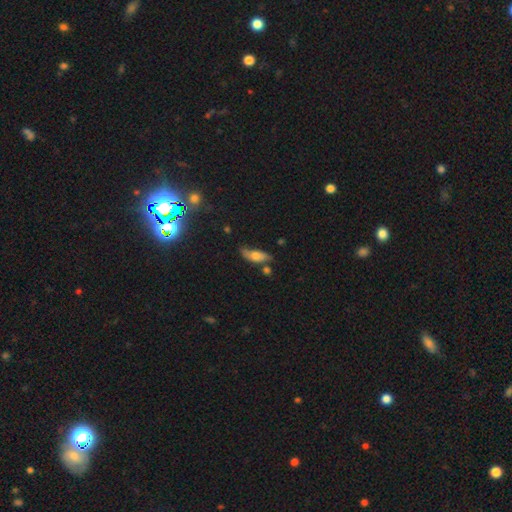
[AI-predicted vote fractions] smooth 56%, featured or disk 35%, star or artifact 9%. Down the decision tree: how rounded — in between (75%); merging — none (48%).